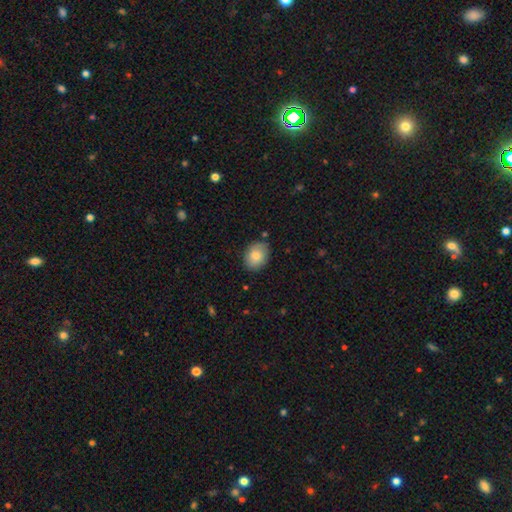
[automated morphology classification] Overall: smooth (82%). How rounded: in between (66%; round 33%). Merging: none (83%).